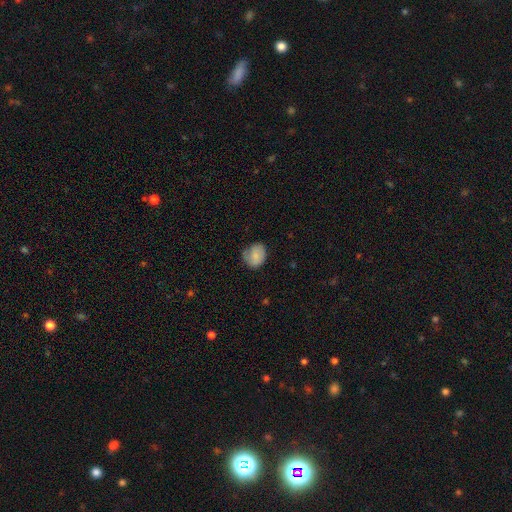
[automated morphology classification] smooth-or-featured: smooth: 76% | featured or disk: 16% | star or artifact: 8%
  how-rounded: round: 62% | in between: 37% | cigar-shaped: 1%
  merging: none: 59% | minor disturbance: 30% | major disturbance: 10% | merger: 1%